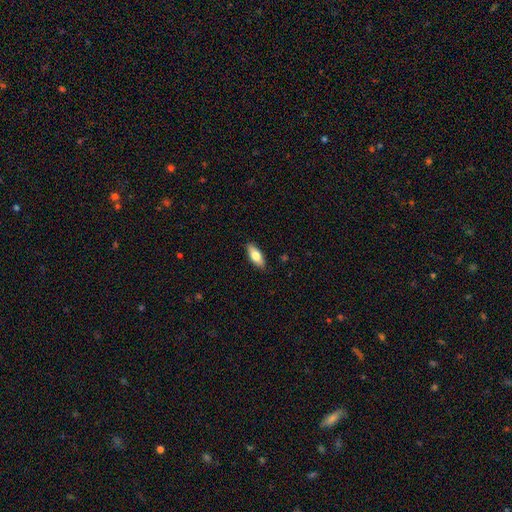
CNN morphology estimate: Overall: smooth (72%). How rounded: in between (77%). Merging: none (89%).